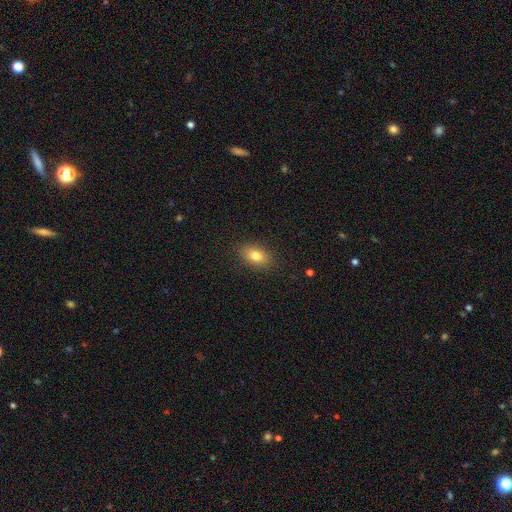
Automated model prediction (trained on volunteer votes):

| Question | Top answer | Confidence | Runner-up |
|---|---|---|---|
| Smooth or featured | smooth | 80% | featured or disk (11%) |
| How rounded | in between | 85% | round (12%) |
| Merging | none | 88% | minor disturbance (9%) |